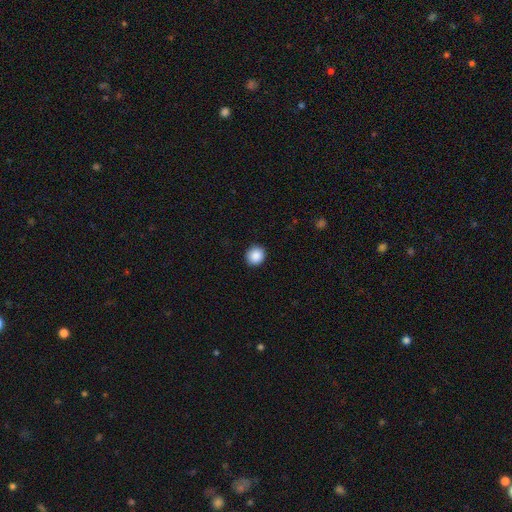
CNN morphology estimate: This is clearly a smooth galaxy (89%). How rounded: clearly round (85%). Merging: clearly none (91%).